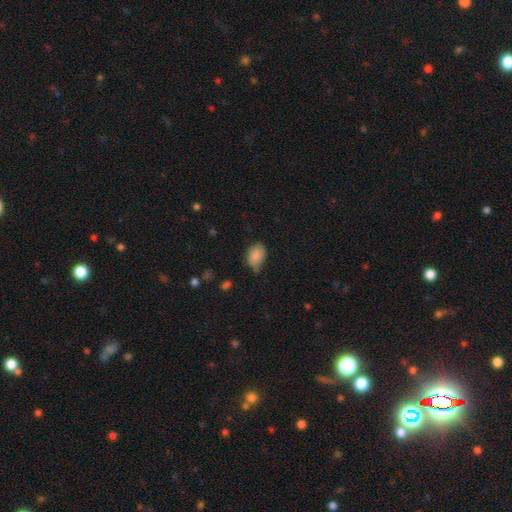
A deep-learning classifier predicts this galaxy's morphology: This appears to be a smooth galaxy with no disk features (86%) that is in between round and cigar-shaped (79%). Merging: none (52%).